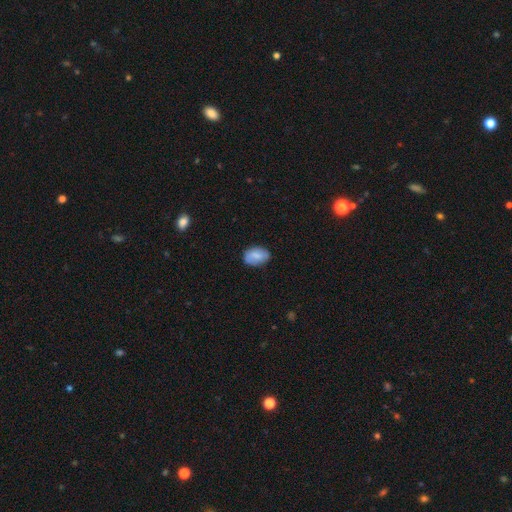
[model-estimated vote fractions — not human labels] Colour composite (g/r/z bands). It shows a smooth galaxy with no disk features (77%) that is in between round and cigar-shaped (86%). Merging: none (80%).